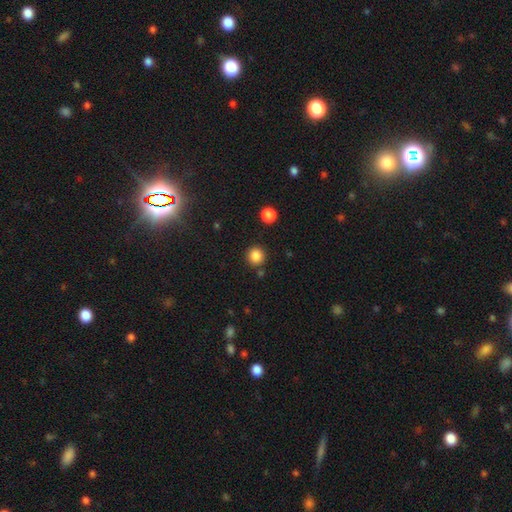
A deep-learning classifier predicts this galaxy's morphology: This appears to be a smooth galaxy with no disk features (85%) that is round (92%). Merging: none (86%).